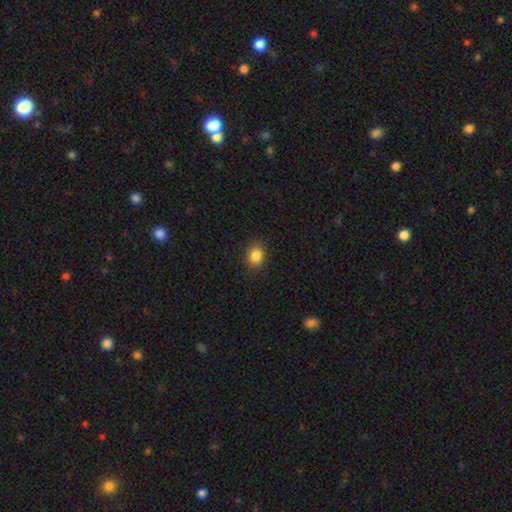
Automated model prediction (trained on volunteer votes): smooth-or-featured: smooth: 86% | star or artifact: 10% | featured or disk: 4%
  how-rounded: in between: 51% | round: 48% | cigar-shaped: 1%
  merging: none: 88% | minor disturbance: 8% | major disturbance: 2% | merger: 1%